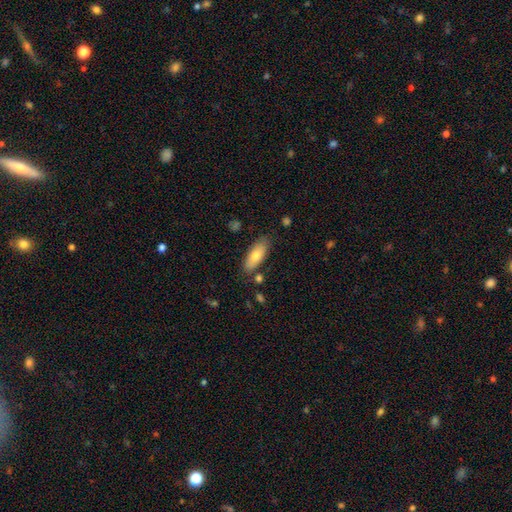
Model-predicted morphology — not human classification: Smooth or featured?
  - smooth: 75% *
  - featured or disk: 19%
  - star or artifact: 6%
How rounded?
  - in between: 75% *
  - cigar-shaped: 23%
  - round: 2%
Merging?
  - none: 80% *
  - minor disturbance: 13%
  - merger: 4%
  - major disturbance: 3%